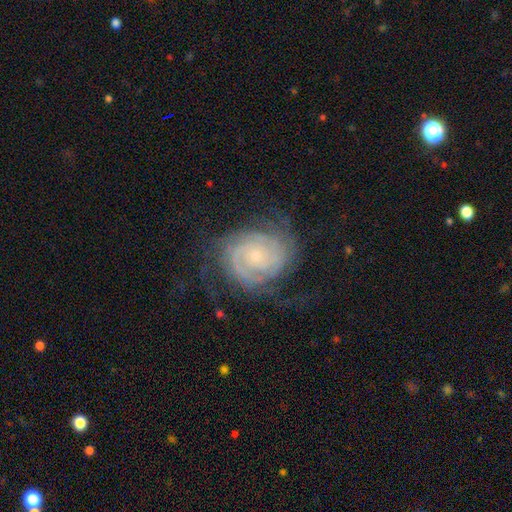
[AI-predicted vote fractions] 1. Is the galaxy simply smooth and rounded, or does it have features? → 85% featured or disk, 8% smooth, 6% star or artifact.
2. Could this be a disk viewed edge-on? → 98% no, 2% yes.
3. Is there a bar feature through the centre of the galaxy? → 69% no, 26% weak, 5% strong.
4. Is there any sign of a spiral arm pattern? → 97% yes, 3% no.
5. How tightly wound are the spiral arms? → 69% tight, 25% medium, 6% loose.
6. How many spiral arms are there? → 43% 2, 24% can't tell, 16% 3, 7% 4, 5% 1, 5% more than 4.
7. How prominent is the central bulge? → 73% small, 19% moderate, 5% none, 2% large, 1% dominant.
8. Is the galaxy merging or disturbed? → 67% none, 18% minor disturbance, 13% major disturbance, 1% merger.